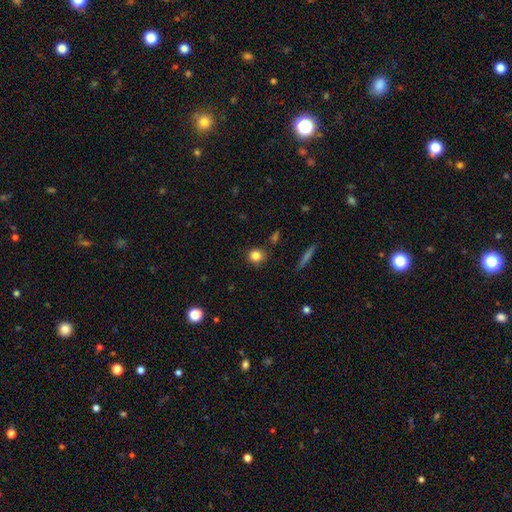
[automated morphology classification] smooth-or-featured: smooth: 83% | star or artifact: 11% | featured or disk: 7%
  how-rounded: round: 84% | in between: 15% | cigar-shaped: 2%
  merging: none: 85% | minor disturbance: 10% | merger: 3% | major disturbance: 2%